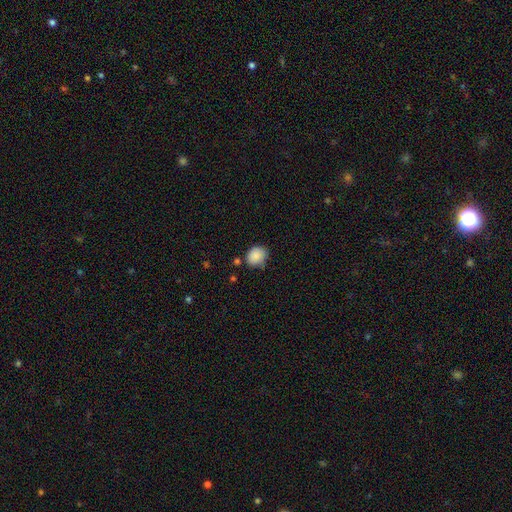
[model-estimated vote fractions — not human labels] Smooth or featured? Predicted: smooth (p=0.87). How rounded? Predicted: round (p=0.59). Merging? Predicted: none (p=0.68).